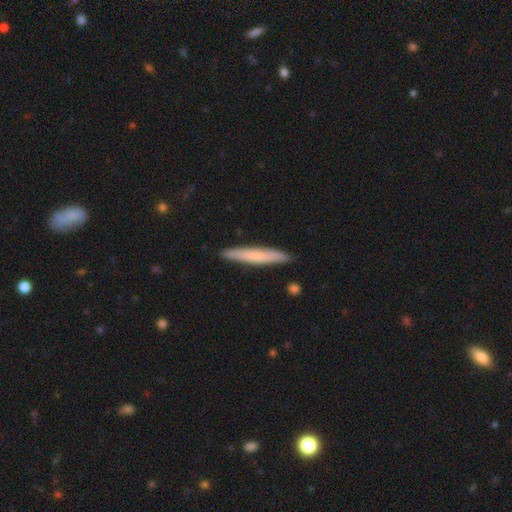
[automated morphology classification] Smooth or featured: smooth — 66% (featured or disk — 29%)
How rounded: cigar-shaped — 95% (in between — 4%)
Merging: none — 90% (minor disturbance — 7%)